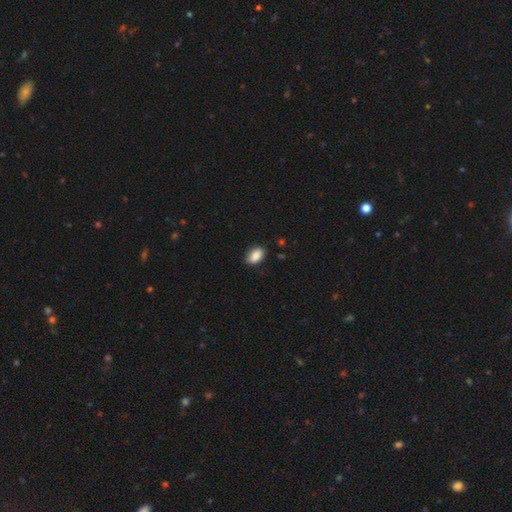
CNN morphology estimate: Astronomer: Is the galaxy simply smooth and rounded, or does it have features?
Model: smooth — 88%.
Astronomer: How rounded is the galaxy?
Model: in between — 92%.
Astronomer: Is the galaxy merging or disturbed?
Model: none — 83%.